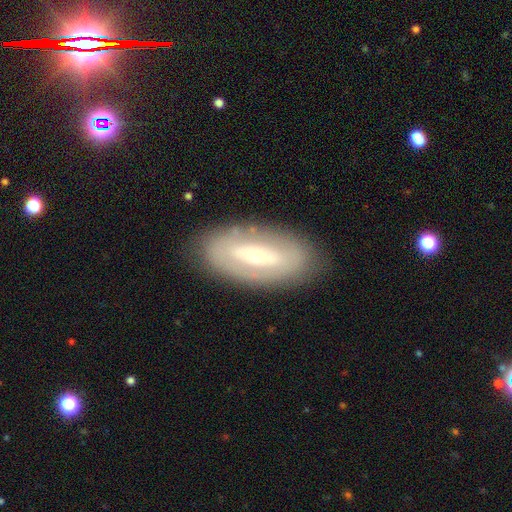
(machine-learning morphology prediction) A featured or disk galaxy (65%) with no bar (42%), no spiral arms (69%) and a small central bulge (55%). Merging: none (84%).